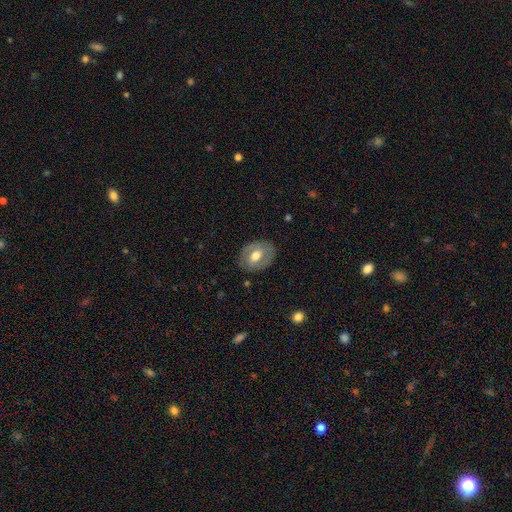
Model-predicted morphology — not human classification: type=smooth (49%); merging=none (81%).